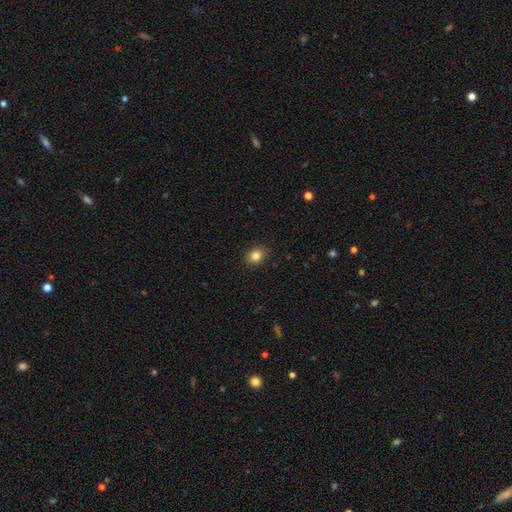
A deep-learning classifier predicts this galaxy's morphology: Smooth or featured: smooth — 84% (star or artifact — 11%)
How rounded: round — 50% (in between — 49%)
Merging: none — 90% (minor disturbance — 7%)